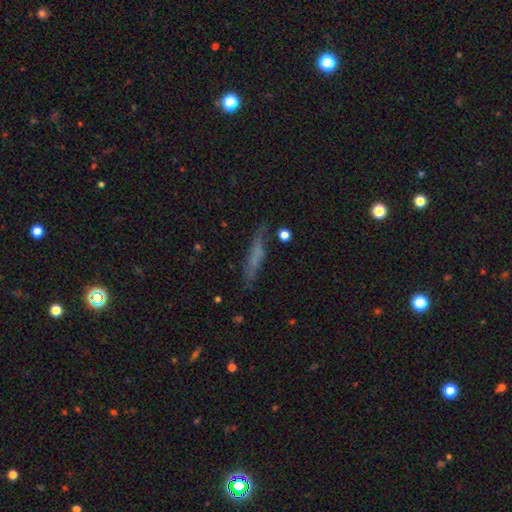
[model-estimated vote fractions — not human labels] smooth 52%, featured or disk 36%, star or artifact 12%. Down the decision tree: how rounded — cigar-shaped (86%); merging — none (72%).